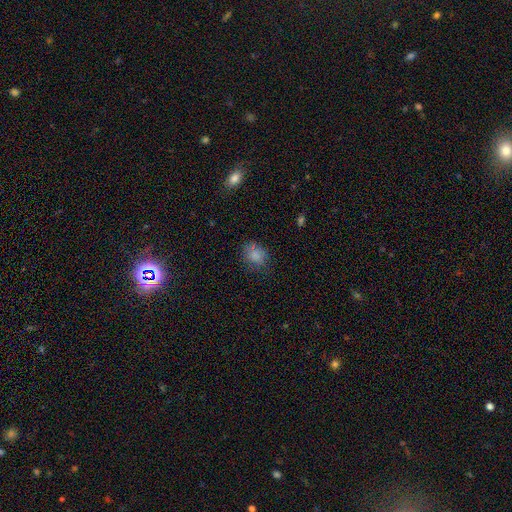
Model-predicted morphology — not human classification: smooth 81%, star or artifact 13%, featured or disk 6%. Down the decision tree: how rounded — round (68%); merging — none (74%).